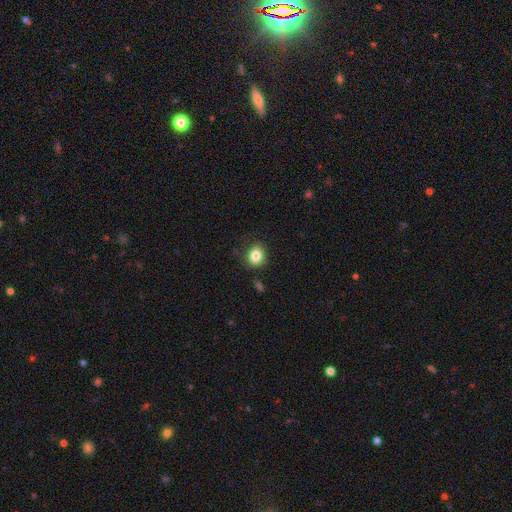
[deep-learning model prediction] This is clearly a smooth galaxy (83%). How rounded: likely round (65%). Merging: clearly none (83%).